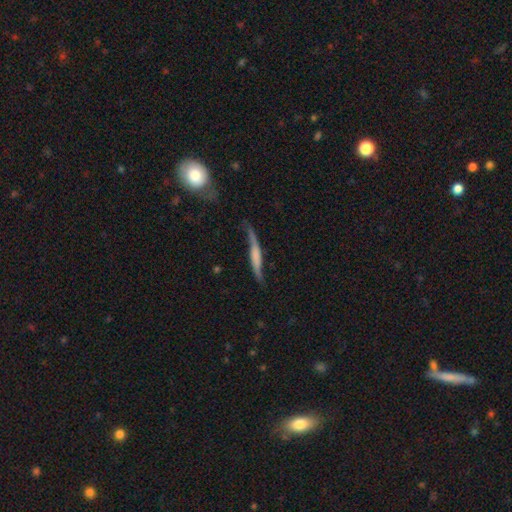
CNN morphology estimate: Overall: featured or disk (59%; smooth 34%). Edge-on disk: yes (67%; no 33%). Merging: none (54%; minor disturbance 28%).